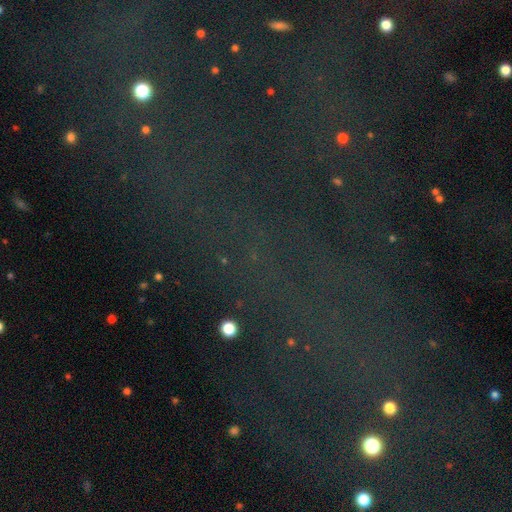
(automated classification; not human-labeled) Smooth or featured? star or artifact (72%)